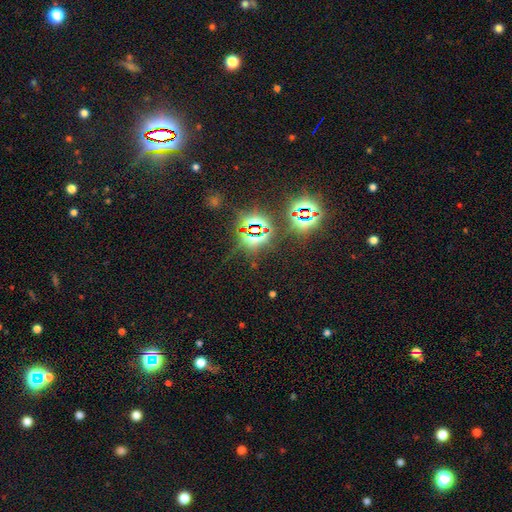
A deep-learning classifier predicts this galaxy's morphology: Smooth or featured? star or artifact (83%)